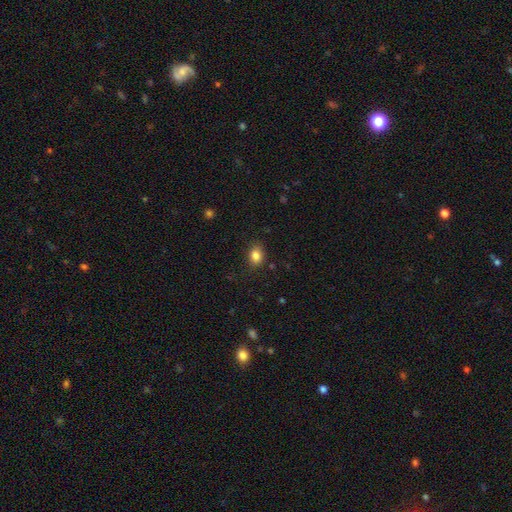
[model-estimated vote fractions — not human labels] Q: Smooth or featured?
A: smooth (84%); runner-up: star or artifact (10%)
Q: How rounded?
A: in between (66%); runner-up: round (32%)
Q: Merging?
A: none (83%); runner-up: minor disturbance (13%)